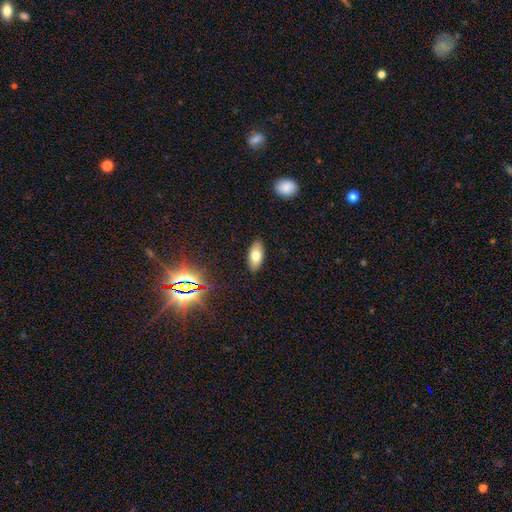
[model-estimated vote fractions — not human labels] Smooth or featured? smooth (73%)
How rounded? in between (88%)
Merging? none (88%)